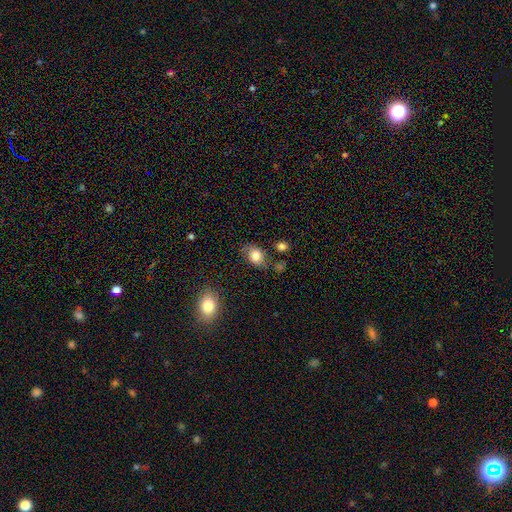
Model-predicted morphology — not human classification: Smooth or featured: smooth — 79% (featured or disk — 12%)
How rounded: in between — 74% (round — 25%)
Merging: none — 70% (minor disturbance — 20%)